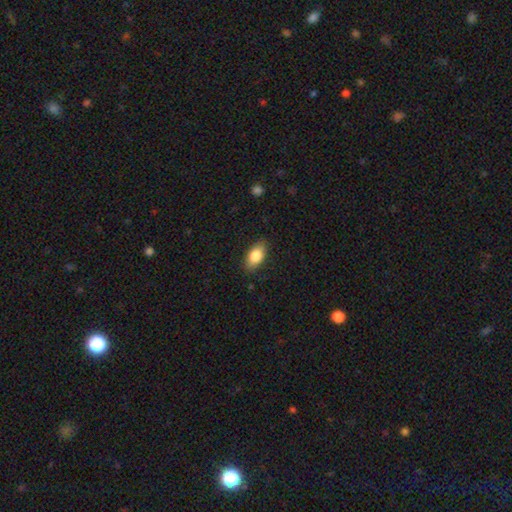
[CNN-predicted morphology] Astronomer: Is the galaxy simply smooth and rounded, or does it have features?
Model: smooth — 83%.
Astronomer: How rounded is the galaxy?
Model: in between — 90%.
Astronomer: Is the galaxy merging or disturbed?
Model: none — 86%.